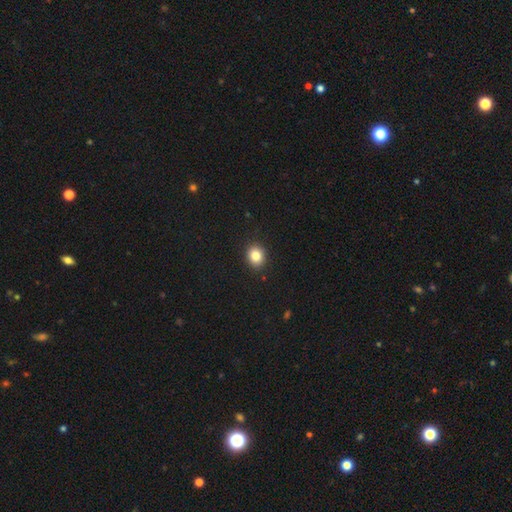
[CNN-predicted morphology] Q: Smooth or featured?
A: smooth (84%); runner-up: star or artifact (10%)
Q: How rounded?
A: round (68%); runner-up: in between (32%)
Q: Merging?
A: none (91%); runner-up: minor disturbance (7%)